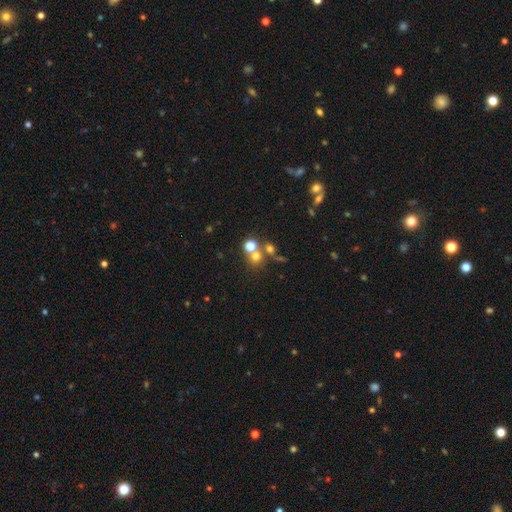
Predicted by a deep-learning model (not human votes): This appears to be a smooth galaxy with no disk features (64%) that is round (84%). Merging: none (49%).